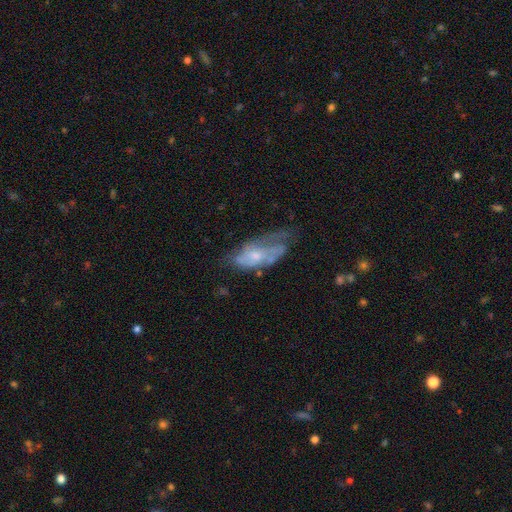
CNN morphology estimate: This is likely a featured or disk galaxy (63%). It is clearly not viewed edge-on (89%). Bar: likely no (72%). Spiral arm pattern: likely yes (66%). Central bulge: possibly small (48%). Merging: marginally none (37%).